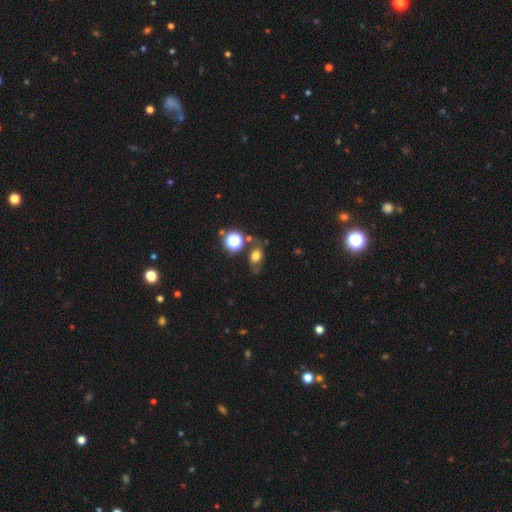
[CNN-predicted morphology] Overall: smooth (62%). How rounded: in between (61%; round 37%). Merging: none (58%; minor disturbance 21%).